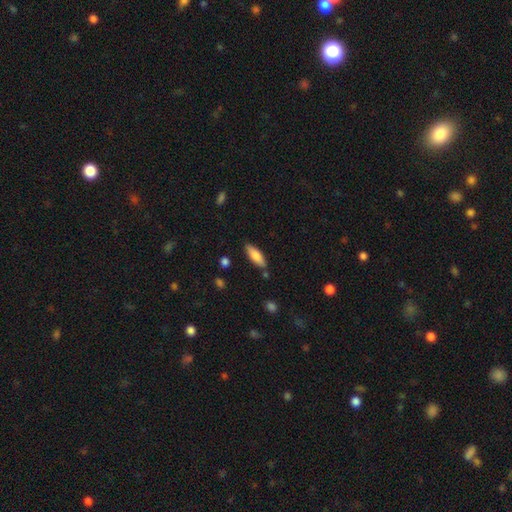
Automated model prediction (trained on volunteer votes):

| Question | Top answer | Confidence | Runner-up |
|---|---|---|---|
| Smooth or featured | smooth | 81% | featured or disk (13%) |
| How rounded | in between | 59% | cigar-shaped (39%) |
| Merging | none | 83% | minor disturbance (12%) |